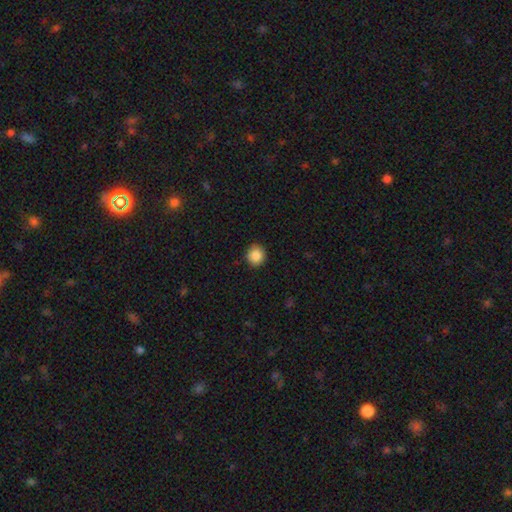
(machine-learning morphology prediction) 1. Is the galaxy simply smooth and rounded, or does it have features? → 87% smooth, 9% star or artifact, 5% featured or disk.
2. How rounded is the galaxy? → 88% round, 11% in between, 1% cigar-shaped.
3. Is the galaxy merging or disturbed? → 89% none, 8% minor disturbance, 2% major disturbance, 1% merger.